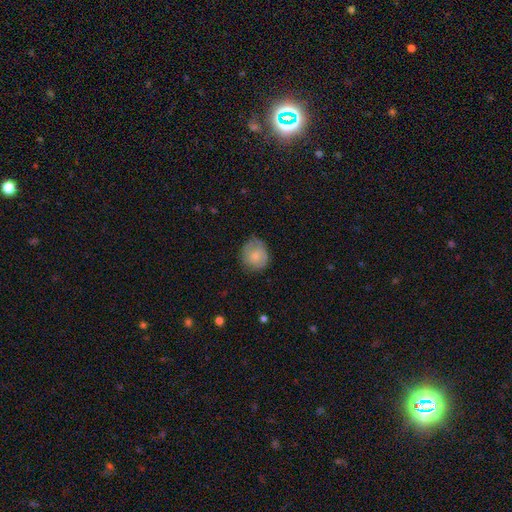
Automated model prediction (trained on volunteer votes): Morphology: type=smooth (60%); roundness=round (78%); merging=none (69%).